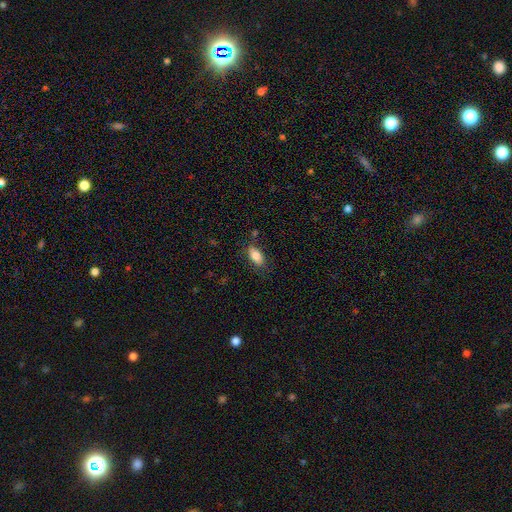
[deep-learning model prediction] Smooth or featured: smooth — 82% (featured or disk — 10%)
How rounded: in between — 88% (cigar-shaped — 8%)
Merging: none — 78% (minor disturbance — 15%)